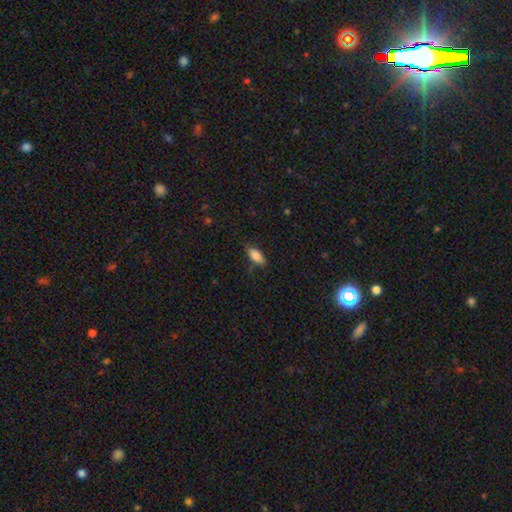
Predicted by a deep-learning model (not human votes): smooth 83%, featured or disk 10%, star or artifact 7%. Down the decision tree: how rounded — in between (81%); merging — none (77%).